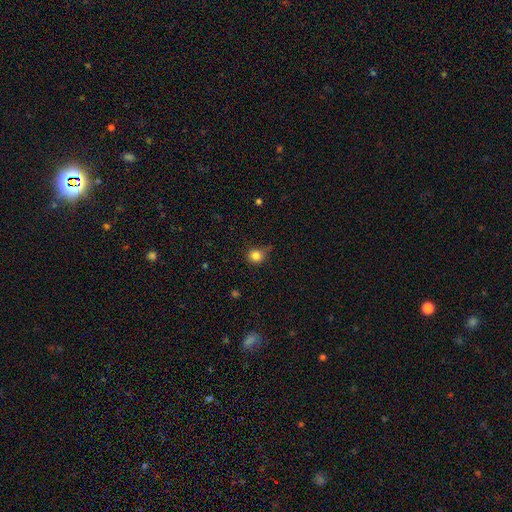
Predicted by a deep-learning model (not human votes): Smooth or featured?
  - smooth: 83% *
  - star or artifact: 12%
  - featured or disk: 6%
How rounded?
  - round: 89% *
  - in between: 10%
  - cigar-shaped: 1%
Merging?
  - none: 69% *
  - minor disturbance: 23%
  - major disturbance: 5%
  - merger: 3%